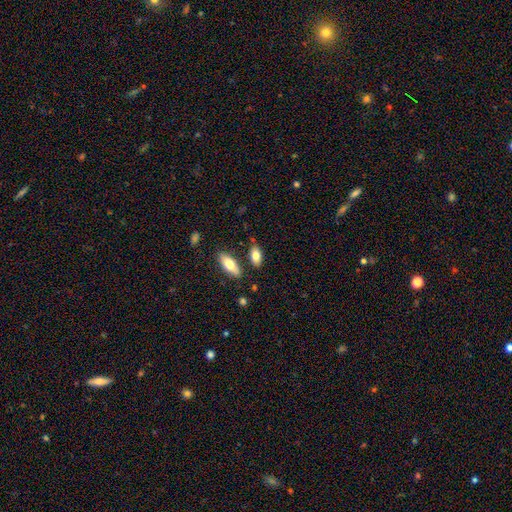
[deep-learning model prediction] Q: Smooth or featured?
A: smooth (78%); runner-up: featured or disk (15%)
Q: How rounded?
A: in between (86%); runner-up: cigar-shaped (11%)
Q: Merging?
A: none (74%); runner-up: minor disturbance (12%)